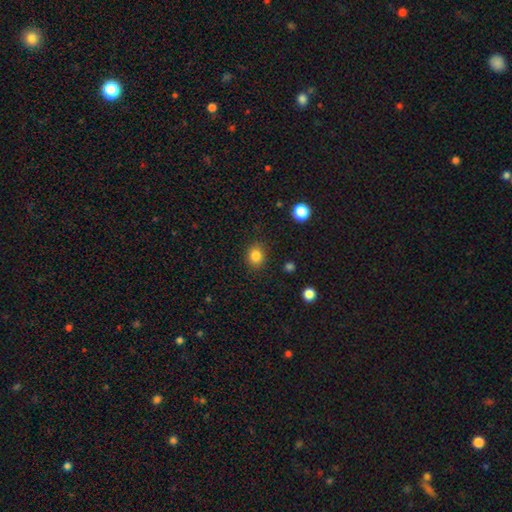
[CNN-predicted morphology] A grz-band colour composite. It shows a smooth galaxy with no disk features (84%) that is round (71%). Merging: none (88%).